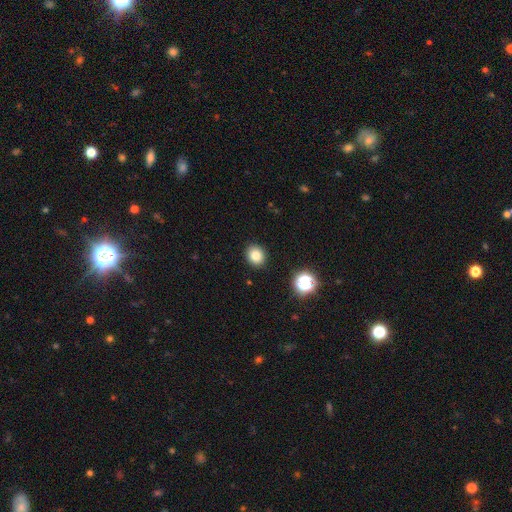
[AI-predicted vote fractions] Overall: smooth (80%). How rounded: round (73%). Merging: none (91%).